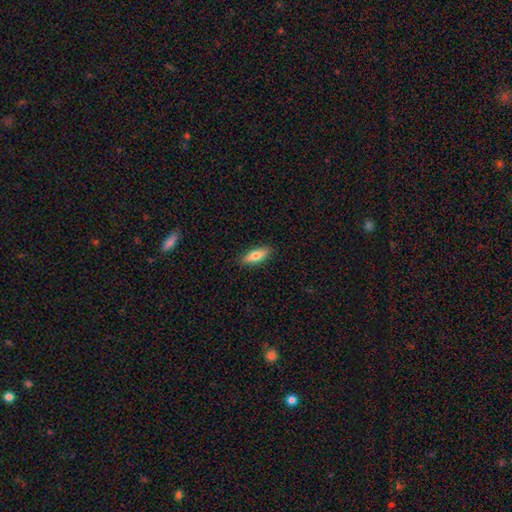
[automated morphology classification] A smooth galaxy with no disk features (73%) that is in between round and cigar-shaped (68%). Merging: none (88%).